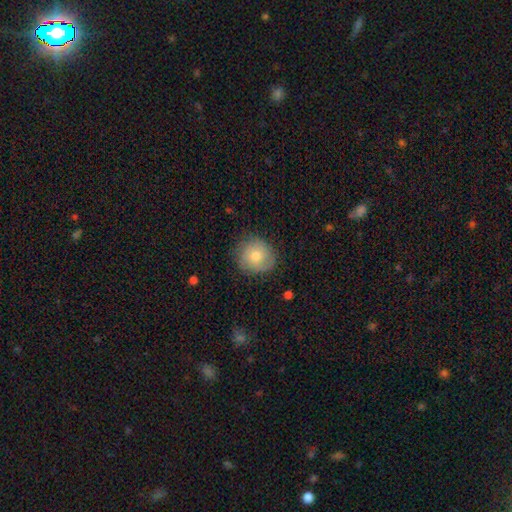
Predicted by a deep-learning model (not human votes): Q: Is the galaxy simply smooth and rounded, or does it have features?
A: smooth — 68%.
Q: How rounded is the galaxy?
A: round — 88%.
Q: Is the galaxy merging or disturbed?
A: none — 79%.